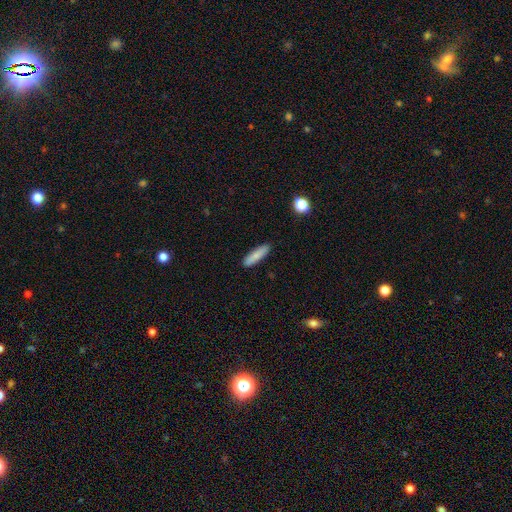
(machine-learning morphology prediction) Smooth or featured: smooth — 83% (featured or disk — 11%)
How rounded: cigar-shaped — 70% (in between — 28%)
Merging: none — 90% (minor disturbance — 7%)